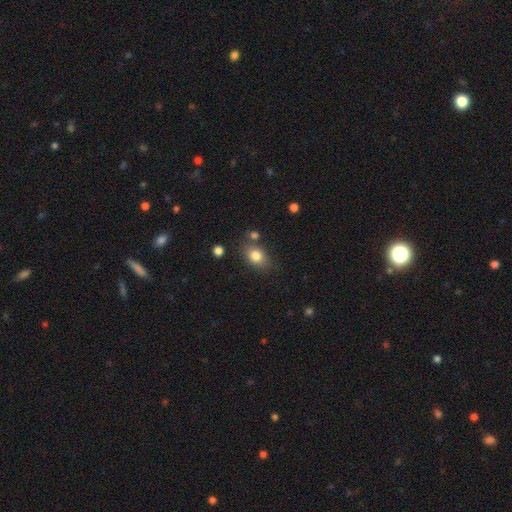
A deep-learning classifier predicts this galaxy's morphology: smooth_or_featured: smooth (p=0.81) [alt: star or artifact p=0.10]
how_rounded: in between (p=0.68) [alt: round p=0.30]
merging: none (p=0.71) [alt: minor disturbance p=0.17]